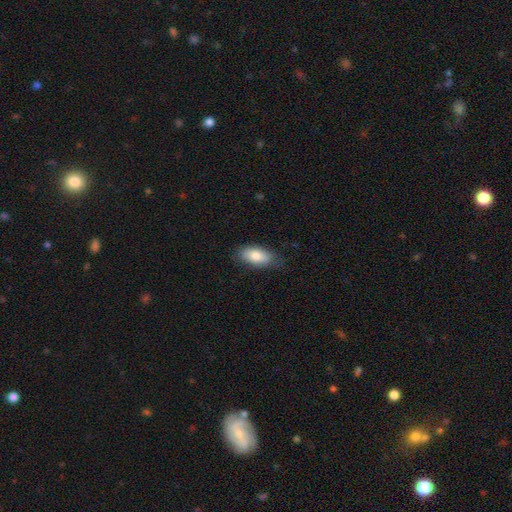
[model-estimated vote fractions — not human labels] A smooth galaxy with no disk features (78%) that is in between round and cigar-shaped (90%).

Vote fractions:
- Smooth or featured? smooth: 78% / featured or disk: 15% / star or artifact: 6%
- How rounded? in between: 90% / cigar-shaped: 6% / round: 4%
- Merging? none: 77% / minor disturbance: 18% / major disturbance: 4% / merger: 1%